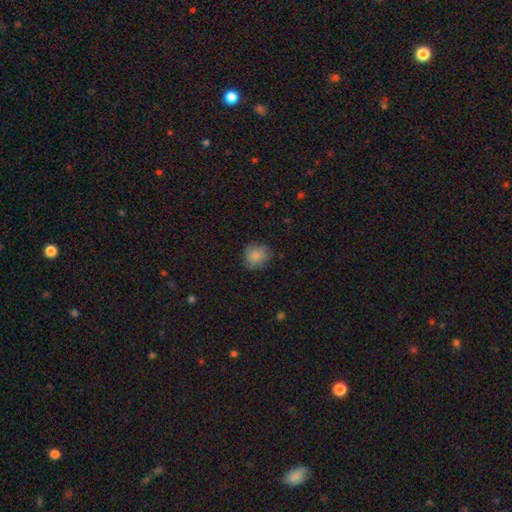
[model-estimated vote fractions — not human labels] Overall: smooth (83%). How rounded: round (77%). Merging: none (74%).